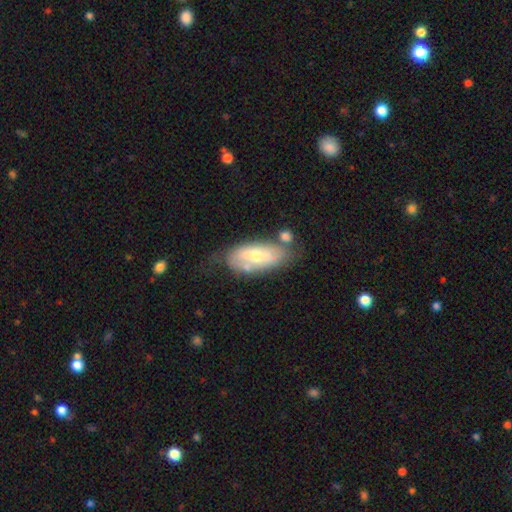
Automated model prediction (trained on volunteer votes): This appears to be a smooth galaxy with no disk features (47%, tied with featured or disk). Merging: none (49%).